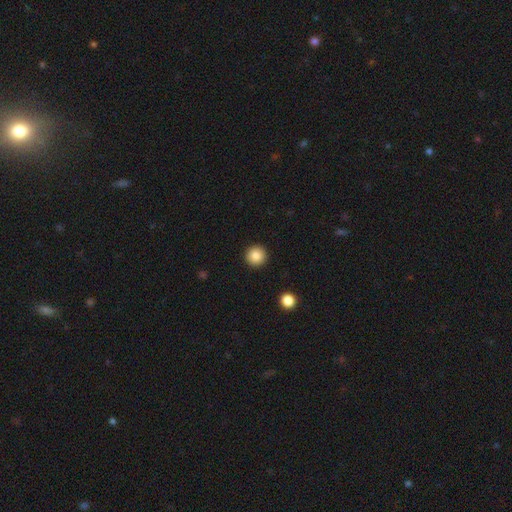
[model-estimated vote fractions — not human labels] This is clearly a smooth galaxy (86%). How rounded: clearly round (96%). Merging: clearly none (93%).